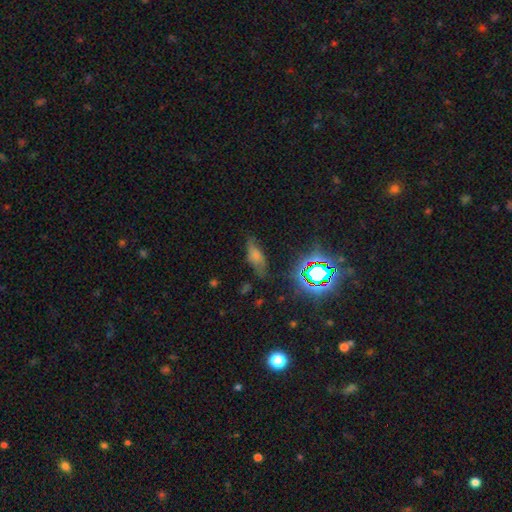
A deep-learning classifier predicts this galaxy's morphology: smooth-or-featured: smooth: 59% | featured or disk: 22% | star or artifact: 19%
  how-rounded: in between: 72% | cigar-shaped: 23% | round: 5%
  merging: none: 58% | minor disturbance: 28% | major disturbance: 11% | merger: 3%